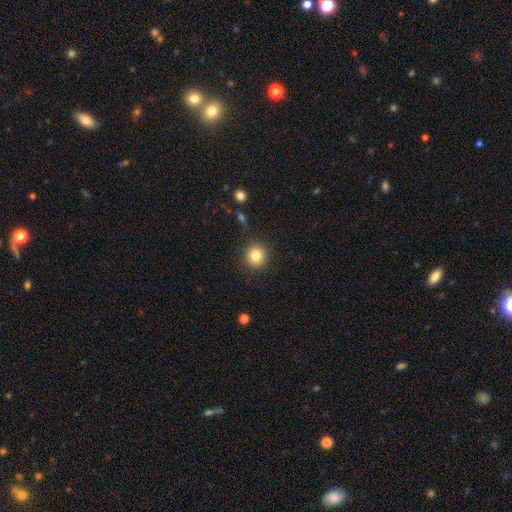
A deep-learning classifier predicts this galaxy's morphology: smooth 83%, star or artifact 10%, featured or disk 7%. Down the decision tree: how rounded — round (91%); merging — none (89%).